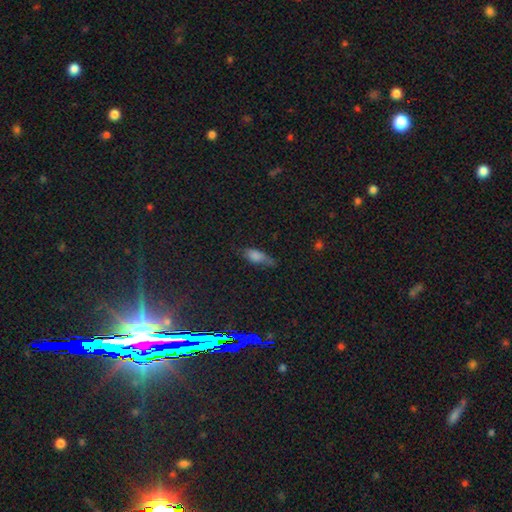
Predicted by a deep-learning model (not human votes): smooth_or_featured: smooth (p=0.73) [alt: featured or disk p=0.14]
how_rounded: in between (p=0.72) [alt: cigar-shaped p=0.24]
merging: none (p=0.51) [alt: minor disturbance p=0.35]